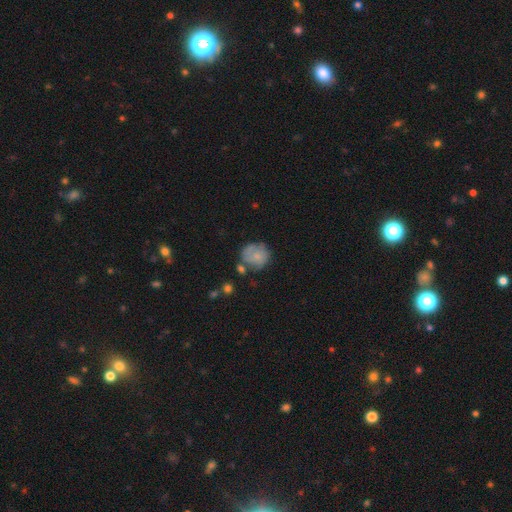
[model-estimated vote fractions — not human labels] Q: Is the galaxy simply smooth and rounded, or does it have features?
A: smooth — 66%.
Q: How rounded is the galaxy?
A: round — 81%.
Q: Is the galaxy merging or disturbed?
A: none — 52%.